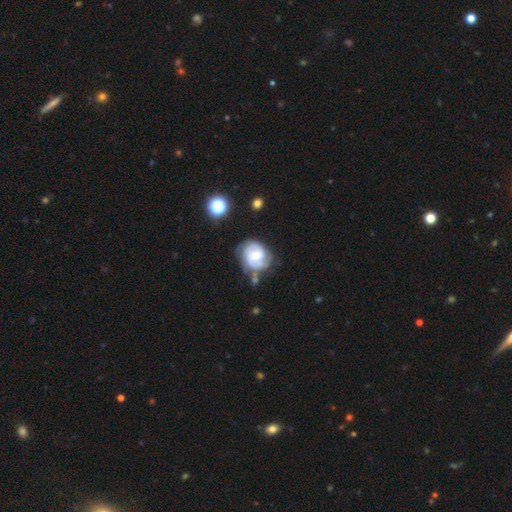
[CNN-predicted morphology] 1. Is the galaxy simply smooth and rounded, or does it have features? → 77% featured or disk, 17% smooth, 6% star or artifact.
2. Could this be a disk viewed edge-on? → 98% no, 2% yes.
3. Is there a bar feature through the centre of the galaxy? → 50% weak, 33% no, 17% strong.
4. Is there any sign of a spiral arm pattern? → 90% yes, 10% no.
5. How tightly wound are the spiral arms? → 51% tight, 38% medium, 11% loose.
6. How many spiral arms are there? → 61% 2, 21% can't tell, 10% 3, 4% 1, 2% 4, 2% more than 4.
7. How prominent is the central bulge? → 56% moderate, 36% small, 5% large, 2% none, 1% dominant.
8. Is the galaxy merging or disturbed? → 56% none, 25% minor disturbance, 12% major disturbance, 7% merger.